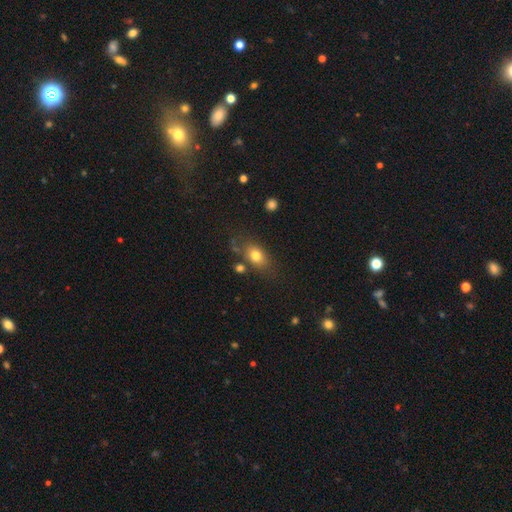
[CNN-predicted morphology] smooth 77%, featured or disk 13%, star or artifact 10%. Down the decision tree: how rounded — in between (75%); merging — none (69%).